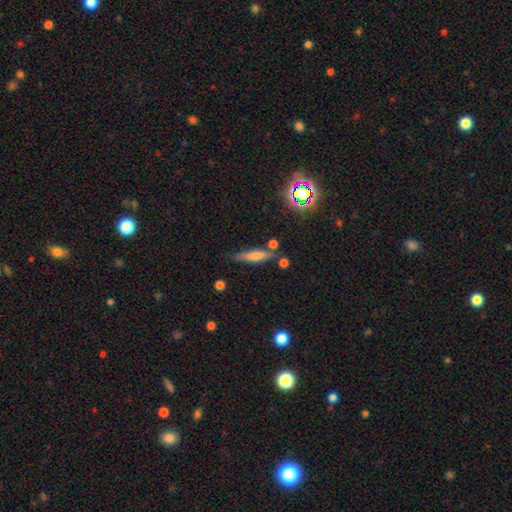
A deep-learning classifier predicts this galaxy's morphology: A smooth galaxy with no disk features (61%) that is cigar-shaped (80%). Merging: none (67%).